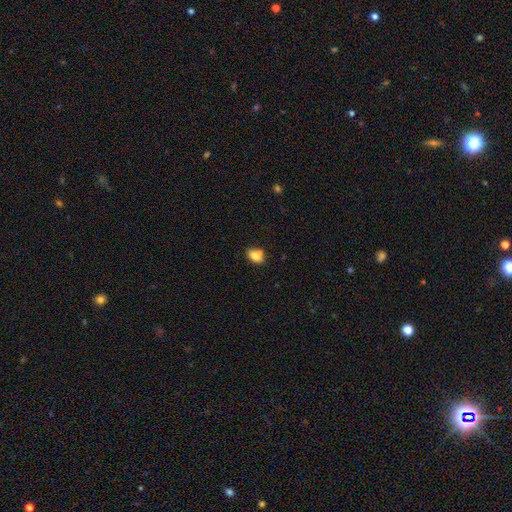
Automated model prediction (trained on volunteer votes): Smooth or featured? Predicted: smooth (p=0.79). How rounded? Predicted: in between (p=0.71). Merging? Predicted: none (p=0.55).